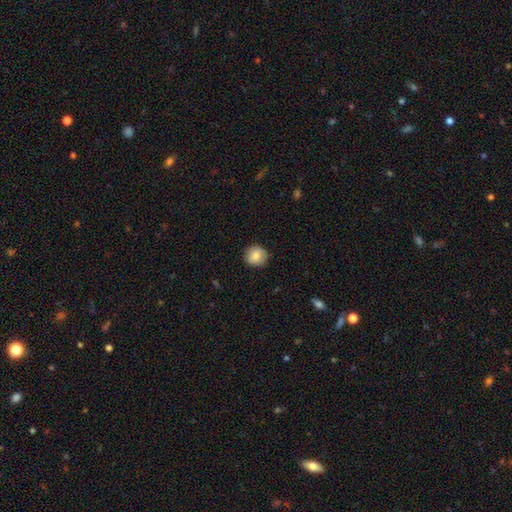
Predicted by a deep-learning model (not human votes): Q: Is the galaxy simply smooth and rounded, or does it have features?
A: smooth — 83%.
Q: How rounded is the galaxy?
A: round — 90%.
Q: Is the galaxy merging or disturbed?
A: none — 88%.